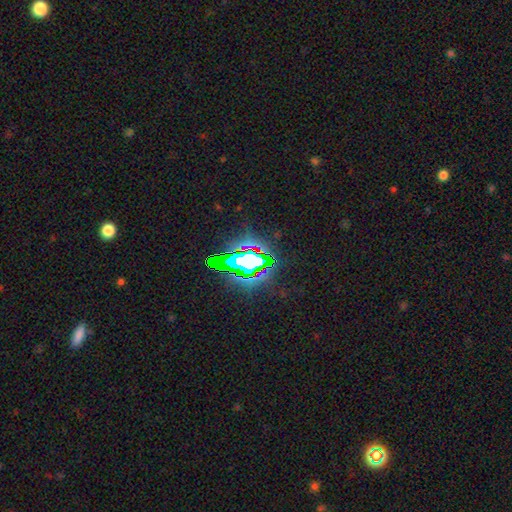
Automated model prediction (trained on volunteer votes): Smooth or featured: star or artifact — 69% (smooth — 15%)